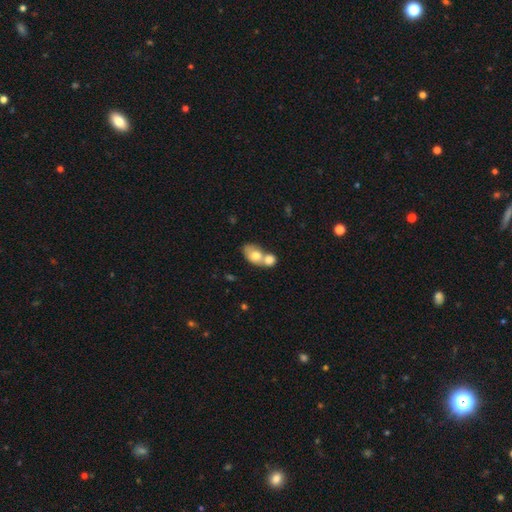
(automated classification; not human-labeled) This is likely a smooth galaxy (72%). How rounded: likely in between (76%). Merging: likely merger (70%).